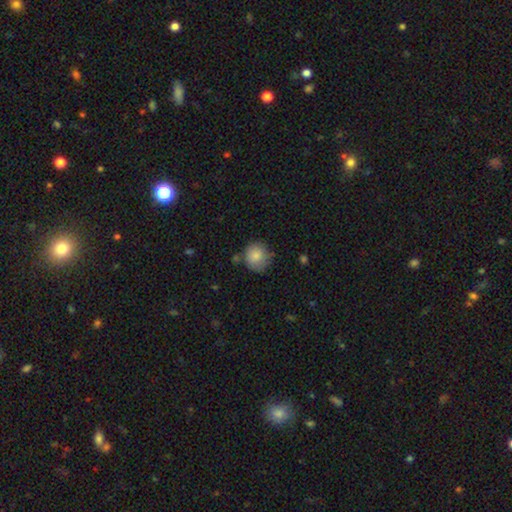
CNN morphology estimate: Smooth or featured? Predicted: smooth (p=0.84). How rounded? Predicted: round (p=0.88). Merging? Predicted: none (p=0.71).